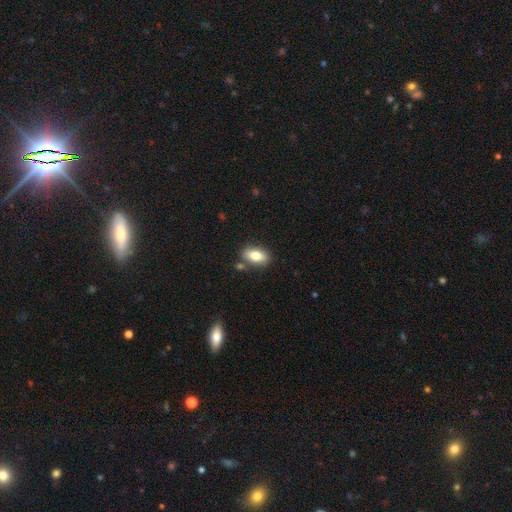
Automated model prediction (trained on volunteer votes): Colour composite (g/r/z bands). It shows a smooth galaxy with no disk features (78%) that is in between round and cigar-shaped (88%). Merging: none (79%).